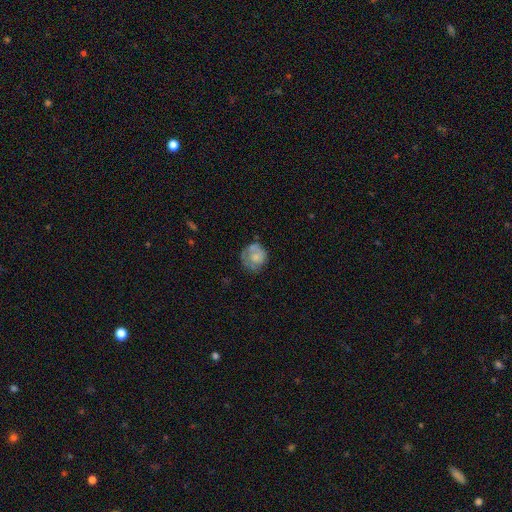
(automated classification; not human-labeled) Overall: smooth (59%; featured or disk 34%). How rounded: round (81%). Merging: none (54%; minor disturbance 26%).